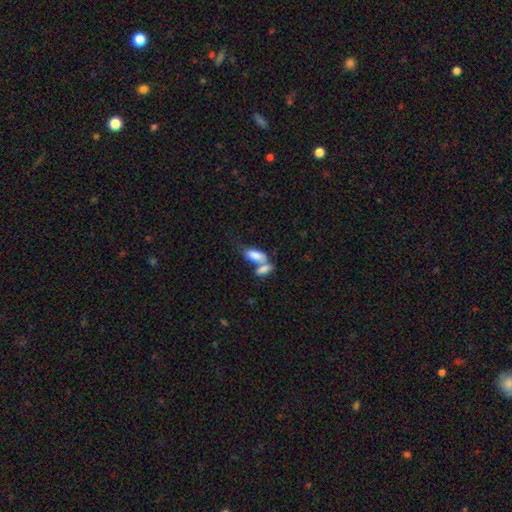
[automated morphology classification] A smooth galaxy with no disk features (79%) that is in between round and cigar-shaped (83%). Merging: merger (63%).